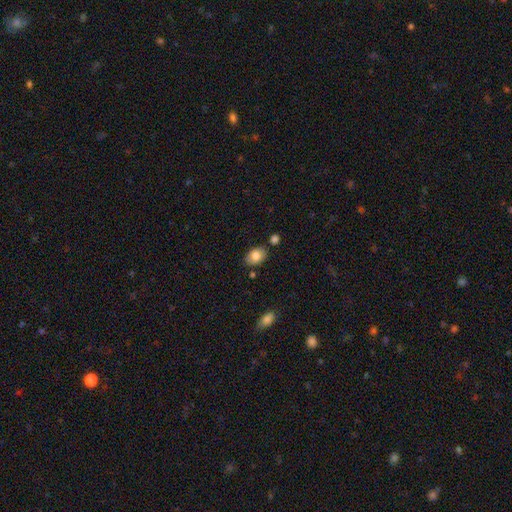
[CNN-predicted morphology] Smooth or featured: smooth — 80% (featured or disk — 13%)
How rounded: in between — 84% (round — 15%)
Merging: none — 79% (minor disturbance — 13%)